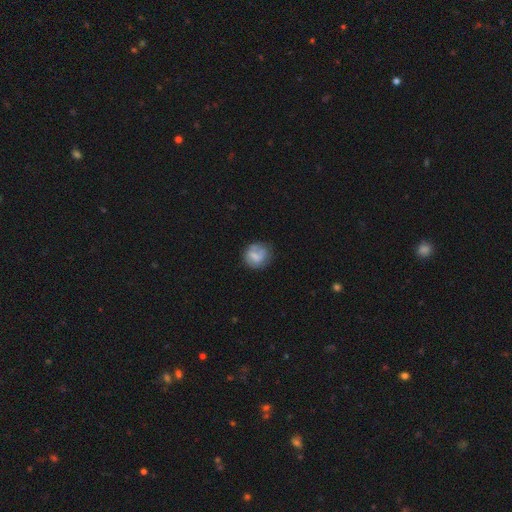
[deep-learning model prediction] A smooth galaxy with no disk features (59%) that is round (80%).

Vote fractions:
- Smooth or featured? smooth: 59% / featured or disk: 34% / star or artifact: 8%
- How rounded? round: 80% / in between: 19% / cigar-shaped: 1%
- Merging? none: 61% / minor disturbance: 25% / major disturbance: 11% / merger: 4%